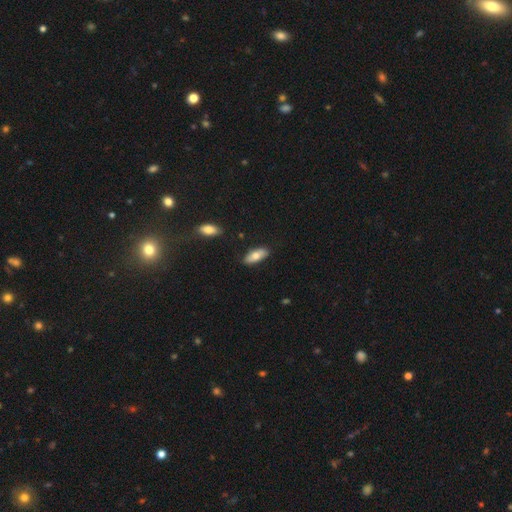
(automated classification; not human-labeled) Smooth or featured: smooth — 73% (featured or disk — 21%)
How rounded: in between — 78% (cigar-shaped — 19%)
Merging: none — 84% (minor disturbance — 12%)